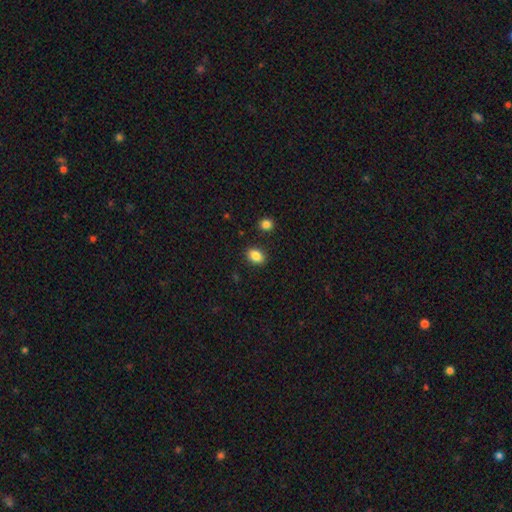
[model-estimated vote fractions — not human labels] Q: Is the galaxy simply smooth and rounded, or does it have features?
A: smooth — 86%.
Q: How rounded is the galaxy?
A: in between — 76%.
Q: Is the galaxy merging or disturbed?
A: none — 87%.